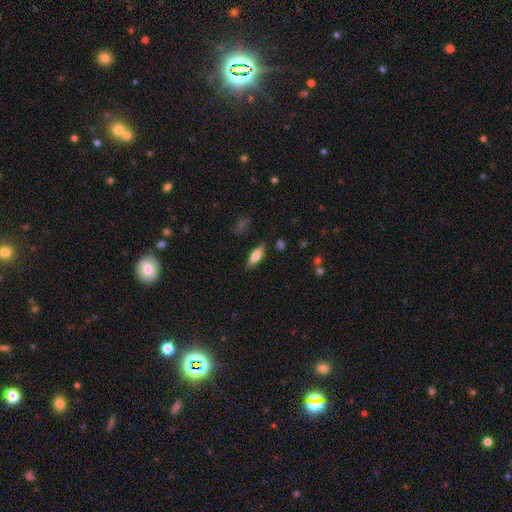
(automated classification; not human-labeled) This appears to be a smooth galaxy with no disk features (65%) that is in between round and cigar-shaped (63%). Merging: none (84%).